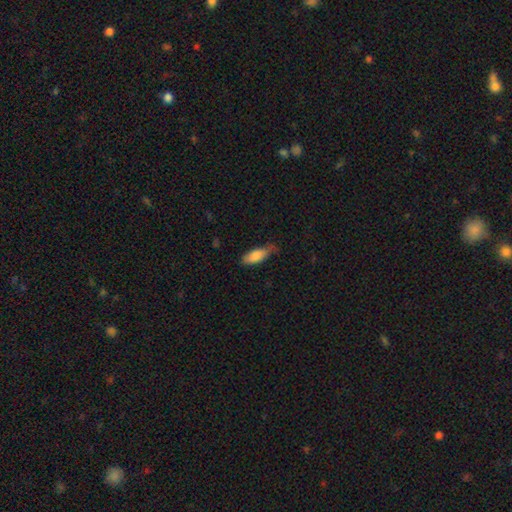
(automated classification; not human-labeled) Smooth or featured? smooth (83%)
How rounded? in between (73%)
Merging? none (58%)